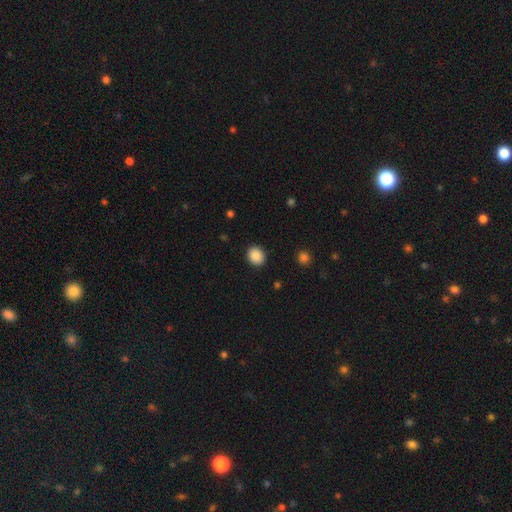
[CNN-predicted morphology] smooth_or_featured: smooth (p=0.88) [alt: star or artifact p=0.09]
how_rounded: round (p=0.69) [alt: in between p=0.30]
merging: none (p=0.90) [alt: minor disturbance p=0.06]